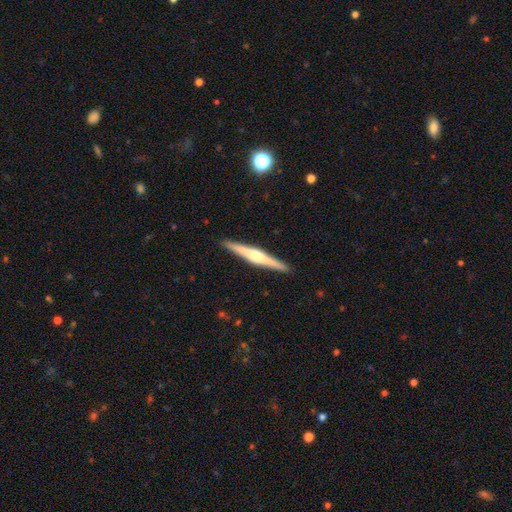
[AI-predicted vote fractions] Morphology: type=featured or disk (73%); edge-on=yes (98%); edge-on bulge=rounded (80%); merging=none (92%).